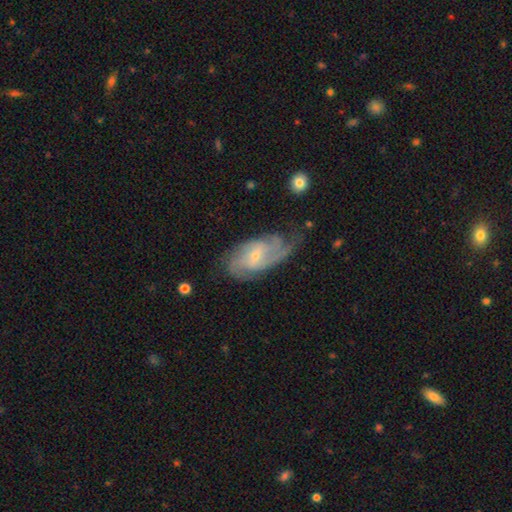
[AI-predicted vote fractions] Morphology: type=featured or disk (81%); edge-on=no (95%); bar=weak (45%); spiral arms=yes (95%); winding=medium (44%); arm count=2 (34%); bulge=small (69%); merging=none (56%).